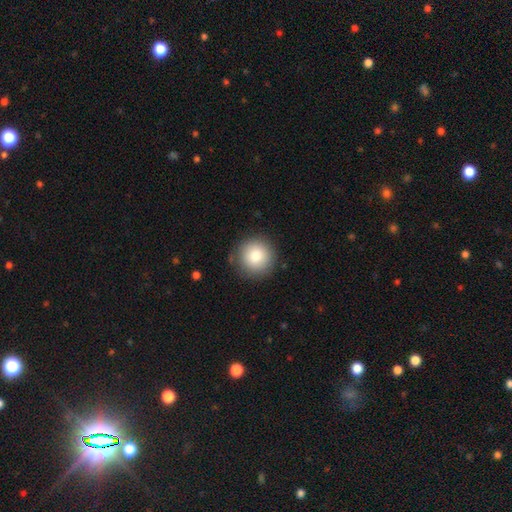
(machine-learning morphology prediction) A smooth galaxy with no disk features (82%) that is round (95%). Merging: none (87%).